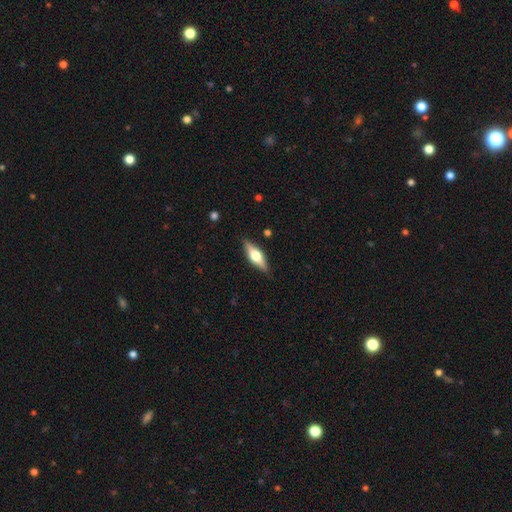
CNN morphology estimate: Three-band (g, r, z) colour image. It shows a featured or disk galaxy (58%) viewed edge-on (94%) with a rounded central bulge (93%). Merging: none (87%).